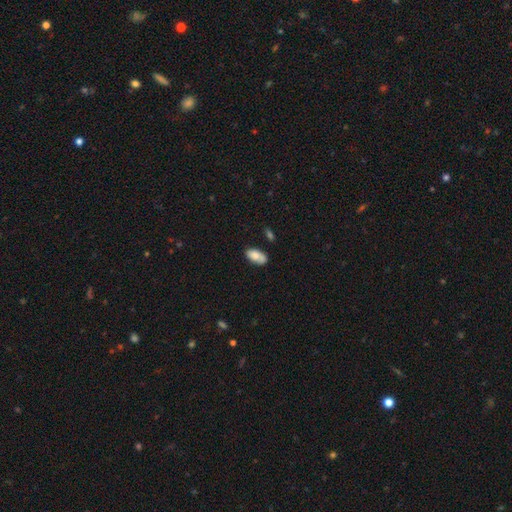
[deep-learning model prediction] The model was most divided on "merging": none: 67%, minor disturbance: 21%, merger: 8%, major disturbance: 4%. More confident: how rounded — in between (93%); smooth or featured — smooth (78%).